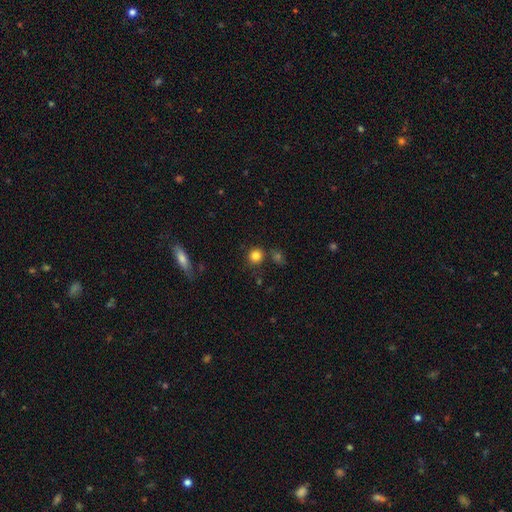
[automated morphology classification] Overall: smooth (83%). How rounded: round (90%). Merging: none (79%).